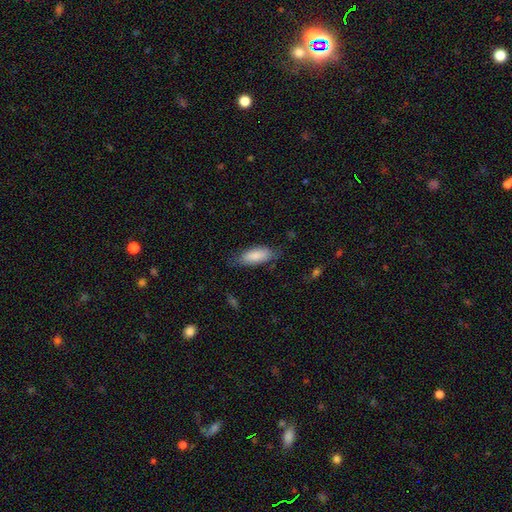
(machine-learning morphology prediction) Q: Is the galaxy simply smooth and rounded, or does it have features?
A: smooth — 84%.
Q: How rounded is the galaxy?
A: in between — 79%.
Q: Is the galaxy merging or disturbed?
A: none — 70%.